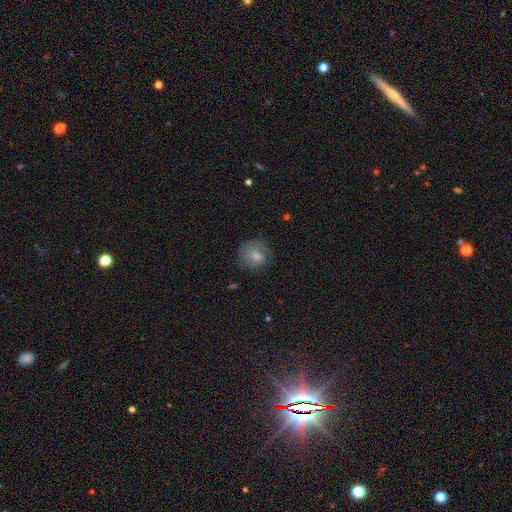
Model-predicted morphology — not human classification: Smooth or featured?
  - smooth: 60% *
  - featured or disk: 25%
  - star or artifact: 15%
How rounded?
  - round: 85% *
  - in between: 14%
  - cigar-shaped: 1%
Merging?
  - none: 74% *
  - minor disturbance: 17%
  - major disturbance: 7%
  - merger: 1%